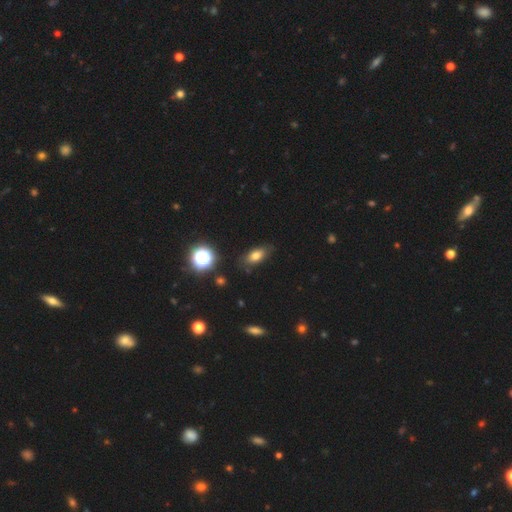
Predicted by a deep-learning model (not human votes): smooth-or-featured: smooth: 74% | star or artifact: 14% | featured or disk: 11%
  how-rounded: in between: 82% | round: 10% | cigar-shaped: 8%
  merging: none: 80% | minor disturbance: 15% | major disturbance: 4% | merger: 2%